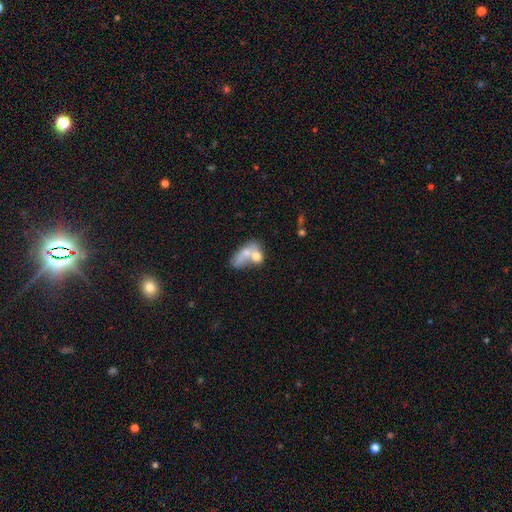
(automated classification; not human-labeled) Smooth or featured? smooth (63%)
How rounded? in between (68%)
Merging? merger (63%)